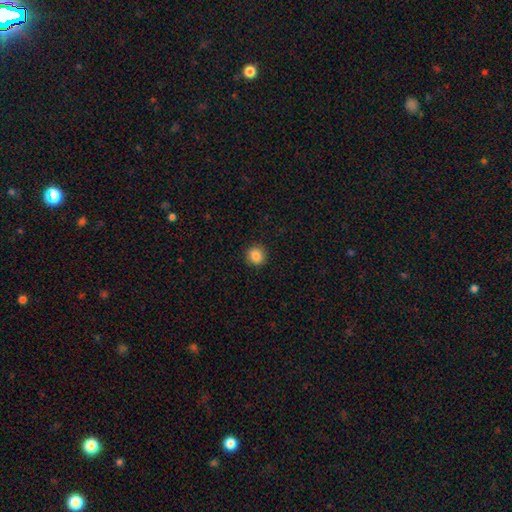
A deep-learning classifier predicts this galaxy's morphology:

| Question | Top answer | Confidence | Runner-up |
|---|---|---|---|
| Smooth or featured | smooth | 86% | star or artifact (9%) |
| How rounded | round | 92% | in between (7%) |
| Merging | none | 91% | minor disturbance (7%) |